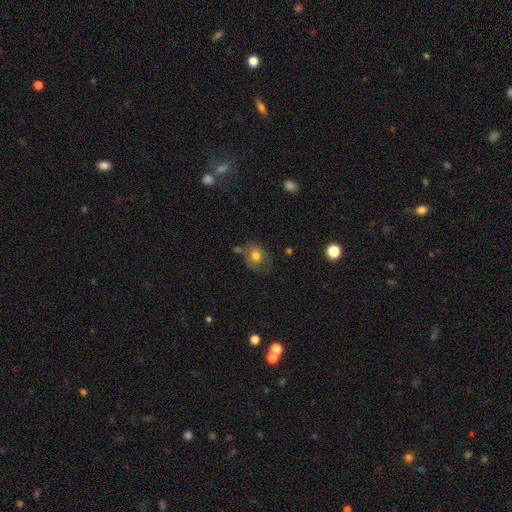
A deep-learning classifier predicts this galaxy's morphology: smooth 63%, featured or disk 27%, star or artifact 9%. Down the decision tree: how rounded — round (52%); merging — none (53%).